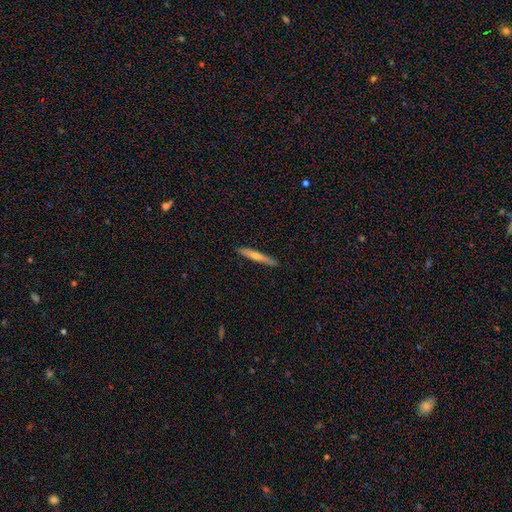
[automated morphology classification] This appears to be a featured or disk galaxy (56%) viewed edge-on (96%) with a rounded central bulge (77%). Merging: none (91%).